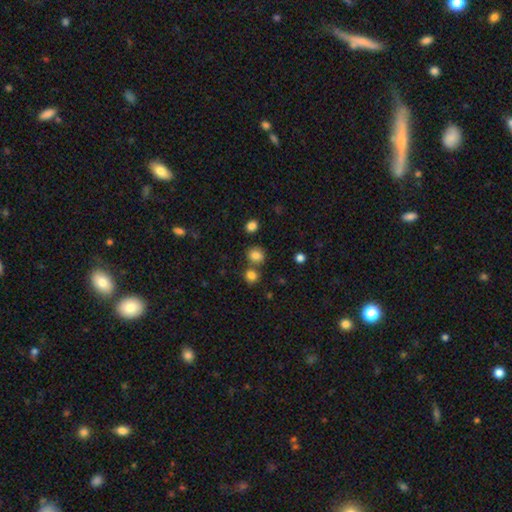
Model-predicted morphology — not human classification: smooth-or-featured: smooth: 82% | star or artifact: 13% | featured or disk: 5%
  how-rounded: round: 78% | in between: 21% | cigar-shaped: 1%
  merging: none: 70% | merger: 18% | minor disturbance: 9% | major disturbance: 3%